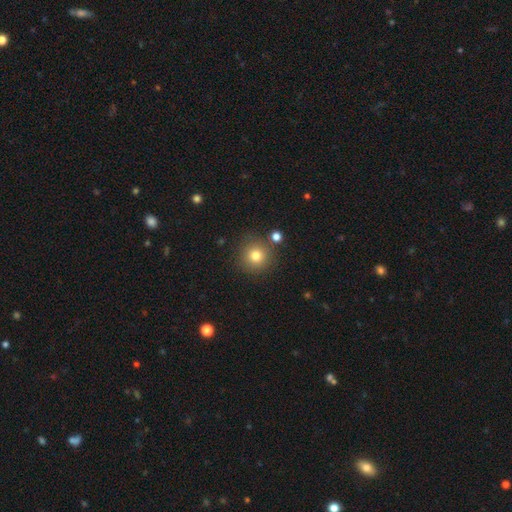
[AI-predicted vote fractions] The model was most divided on "smooth or featured": smooth: 79%, star or artifact: 13%, featured or disk: 8%. More confident: how rounded — round (94%); merging — none (83%).